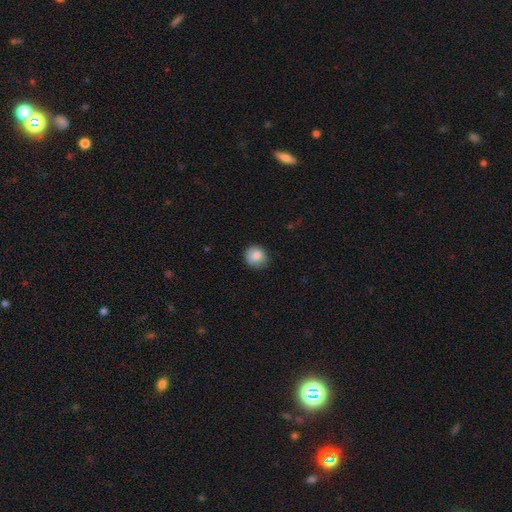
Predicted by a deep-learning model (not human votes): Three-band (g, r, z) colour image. It shows a smooth galaxy with no disk features (83%) that is round (82%). Merging: none (79%).